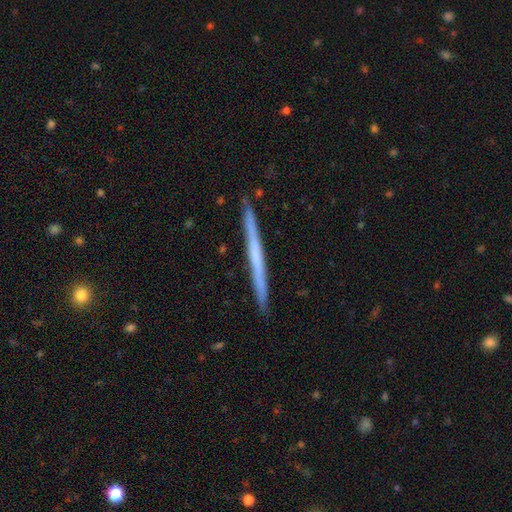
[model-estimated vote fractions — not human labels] Smooth or featured?
  - featured or disk: 54% *
  - smooth: 40%
  - star or artifact: 6%
Edge-on disk?
  - yes: 98% *
  - no: 2%
Edge-on bulge?
  - none: 88% *
  - rounded: 9%
  - boxy: 4%
Merging?
  - none: 92% *
  - minor disturbance: 6%
  - major disturbance: 1%
  - merger: 1%